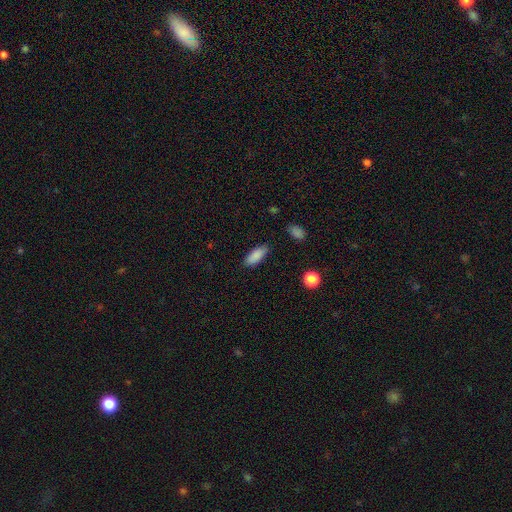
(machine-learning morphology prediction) Smooth or featured? Predicted: smooth (p=0.87). How rounded? Predicted: in between (p=0.76). Merging? Predicted: none (p=0.84).